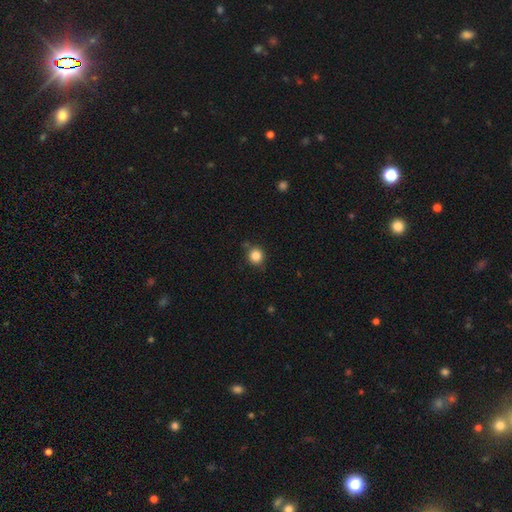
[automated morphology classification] smooth_or_featured: smooth (p=0.85) [alt: star or artifact p=0.11]
how_rounded: round (p=0.90) [alt: in between p=0.09]
merging: none (p=0.81) [alt: minor disturbance p=0.13]